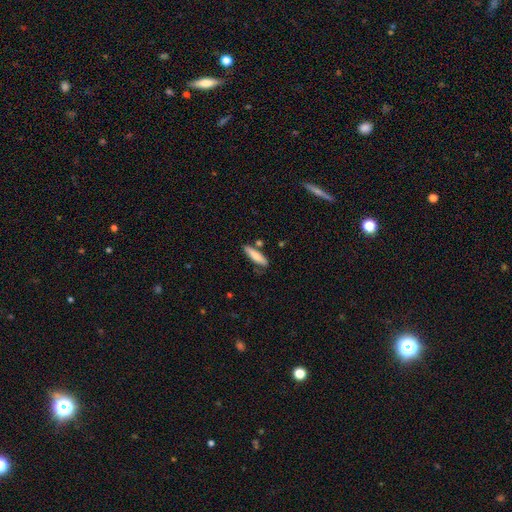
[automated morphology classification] smooth_or_featured: smooth (p=0.80) [alt: featured or disk p=0.14]
how_rounded: cigar-shaped (p=0.72) [alt: in between p=0.26]
merging: none (p=0.73) [alt: minor disturbance p=0.17]